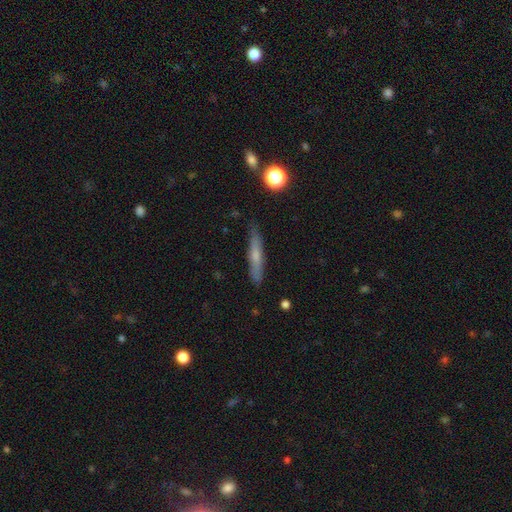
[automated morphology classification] A smooth galaxy with no disk features (51%) that is cigar-shaped (90%).

Vote fractions:
- Smooth or featured? smooth: 51% / featured or disk: 40% / star or artifact: 8%
- How rounded? cigar-shaped: 90% / in between: 7% / round: 2%
- Merging? none: 84% / minor disturbance: 12% / major disturbance: 2% / merger: 2%